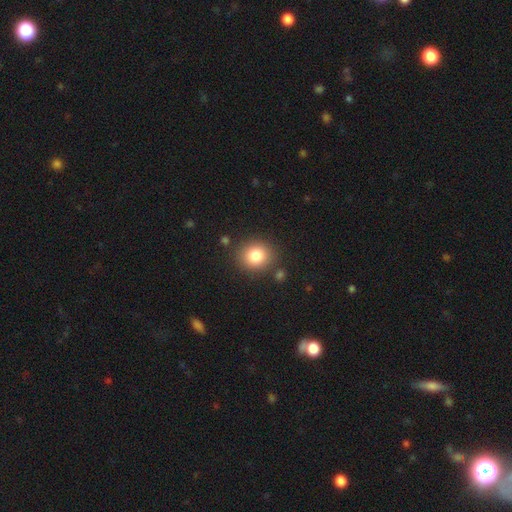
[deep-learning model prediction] This is clearly a smooth galaxy (82%). How rounded: likely round (78%). Merging: clearly none (84%).